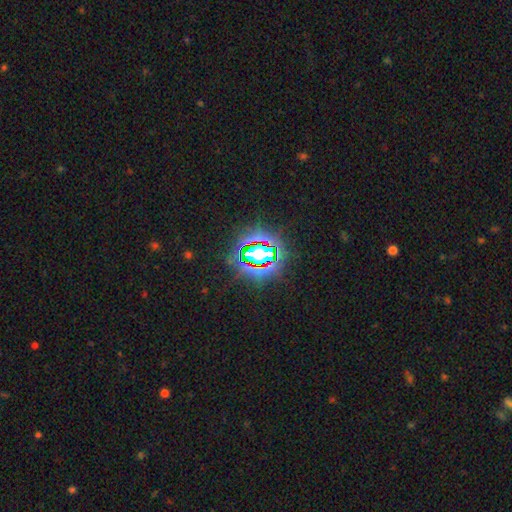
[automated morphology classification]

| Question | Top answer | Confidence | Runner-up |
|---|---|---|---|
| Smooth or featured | star or artifact | 78% | smooth (13%) |